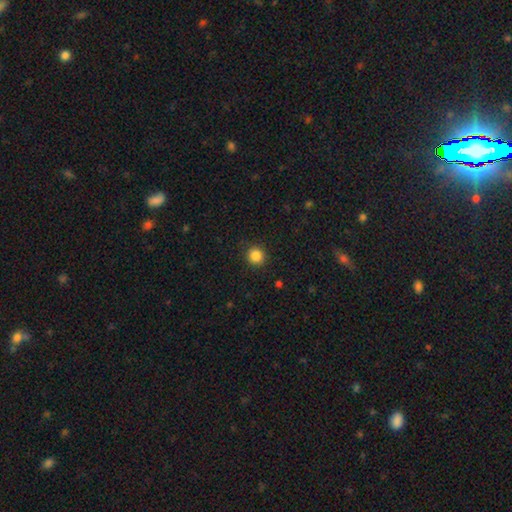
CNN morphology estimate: Smooth or featured: smooth — 86% (star or artifact — 11%)
How rounded: round — 91% (in between — 8%)
Merging: none — 90% (minor disturbance — 7%)